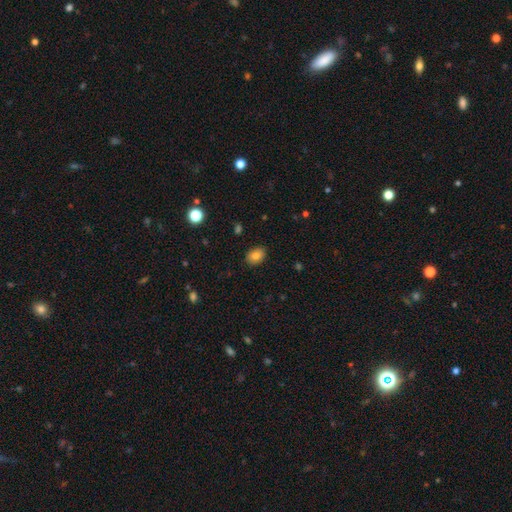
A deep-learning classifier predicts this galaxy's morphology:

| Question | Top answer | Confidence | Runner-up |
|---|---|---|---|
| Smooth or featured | smooth | 81% | star or artifact (10%) |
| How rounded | in between | 68% | round (31%) |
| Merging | none | 87% | minor disturbance (10%) |